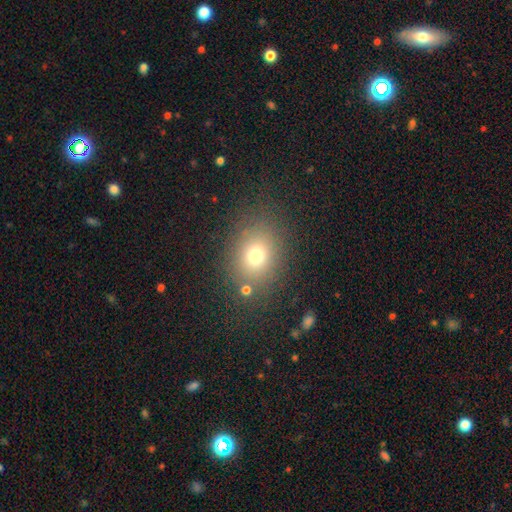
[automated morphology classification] Overall: smooth (72%). How rounded: round (54%; in between 45%). Merging: none (81%).